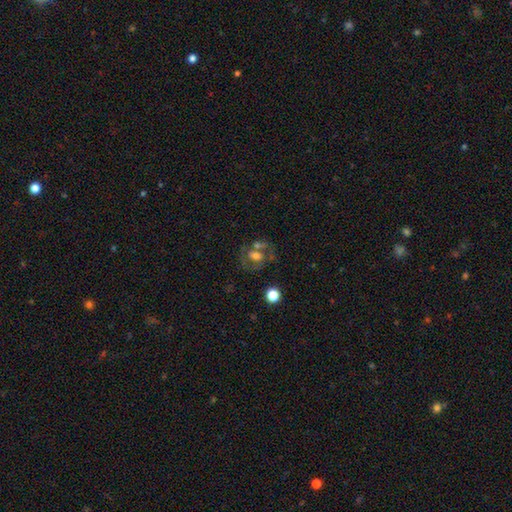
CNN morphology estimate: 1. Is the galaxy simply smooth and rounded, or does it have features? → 45% featured or disk, 43% smooth, 11% star or artifact.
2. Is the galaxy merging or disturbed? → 44% none, 30% merger, 15% minor disturbance, 11% major disturbance.